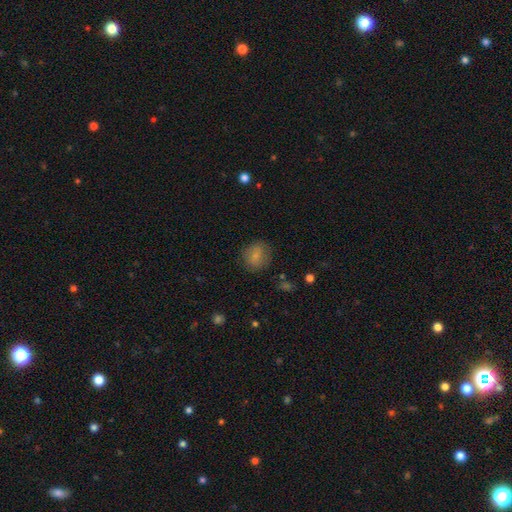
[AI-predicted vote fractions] Overall: smooth (78%). How rounded: round (76%). Merging: none (80%).